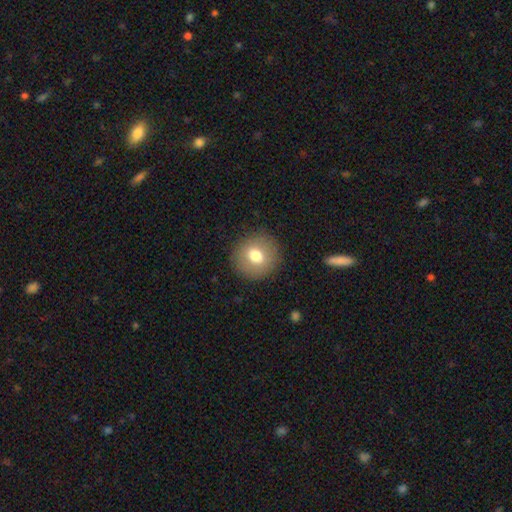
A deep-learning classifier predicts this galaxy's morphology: This appears to be a smooth galaxy with no disk features (74%) that is round (88%). Merging: none (89%).